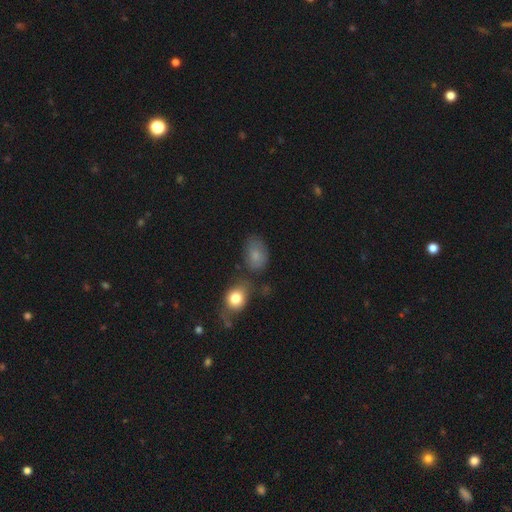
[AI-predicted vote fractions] smooth_or_featured: smooth (p=0.77) [alt: featured or disk p=0.13]
how_rounded: in between (p=0.80) [alt: round p=0.18]
merging: none (p=0.58) [alt: minor disturbance p=0.23]